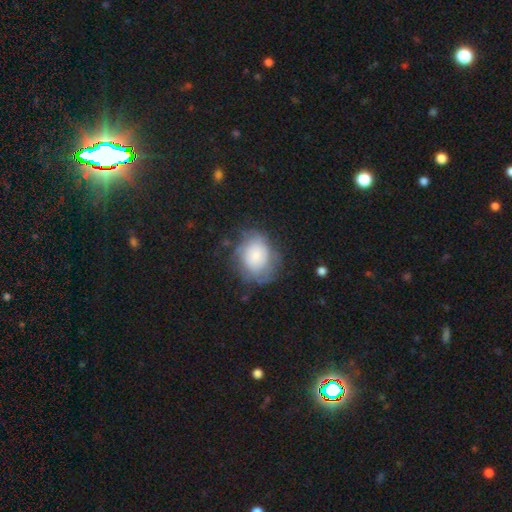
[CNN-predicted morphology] smooth-or-featured: smooth: 62% | featured or disk: 30% | star or artifact: 9%
  how-rounded: round: 55% | in between: 44% | cigar-shaped: 1%
  merging: none: 55% | minor disturbance: 27% | major disturbance: 16% | merger: 2%